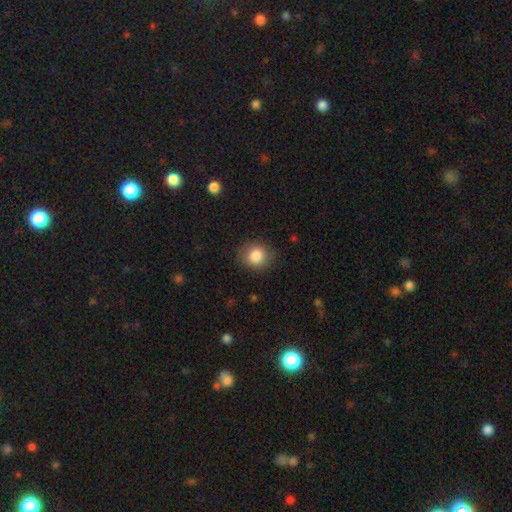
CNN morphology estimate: smooth 85%, star or artifact 9%, featured or disk 6%. Down the decision tree: how rounded — round (78%); merging — none (85%).